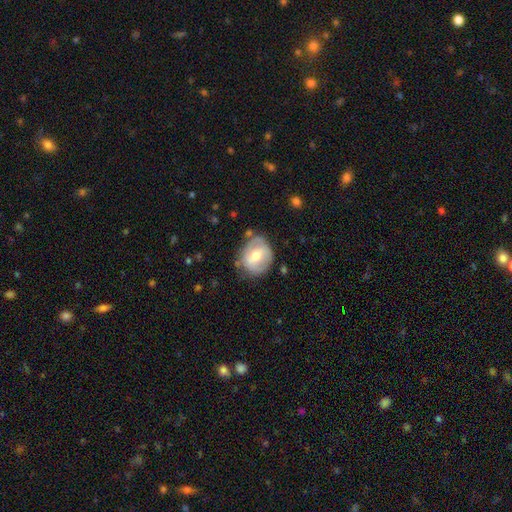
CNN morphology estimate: A smooth galaxy with no disk features (47%). Merging: none (63%).